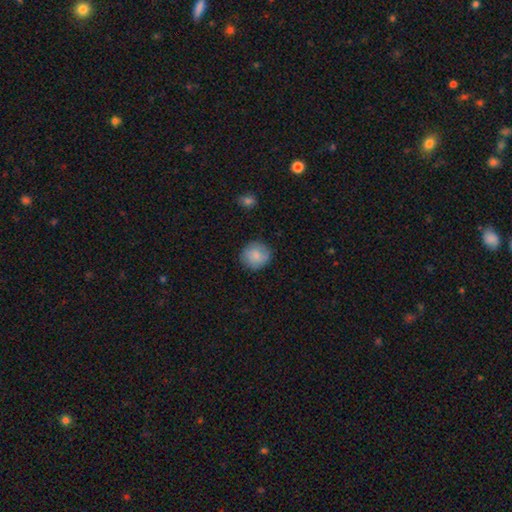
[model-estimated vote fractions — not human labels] Smooth or featured? Predicted: smooth (p=0.84). How rounded? Predicted: round (p=0.90). Merging? Predicted: none (p=0.85).